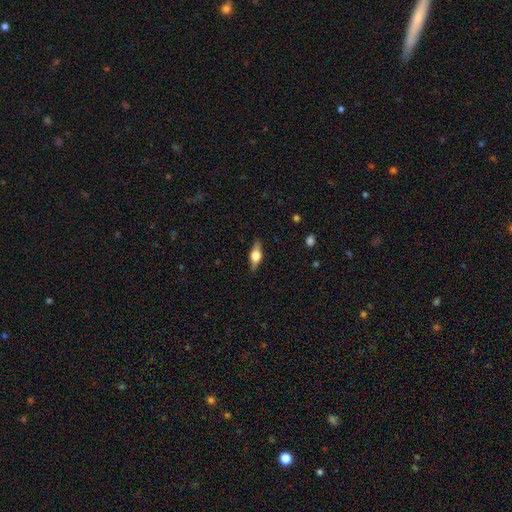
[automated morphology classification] This is possibly a featured or disk galaxy (56%). It is clearly viewed edge-on (94%). Edge-on bulge: clearly rounded (93%). Merging: clearly none (87%).